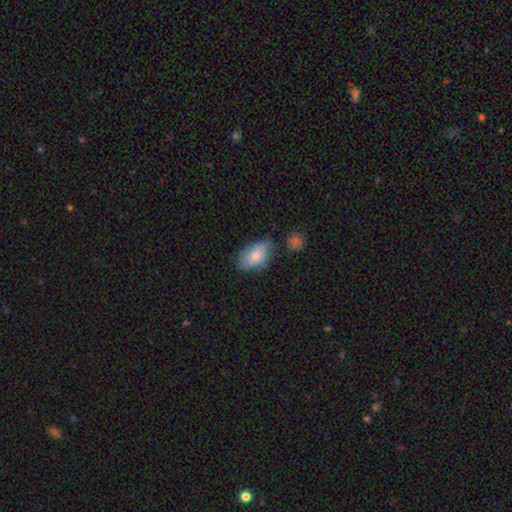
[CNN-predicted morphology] Smooth or featured?
  - smooth: 76% *
  - featured or disk: 17%
  - star or artifact: 7%
How rounded?
  - in between: 91% *
  - round: 7%
  - cigar-shaped: 2%
Merging?
  - none: 61% *
  - minor disturbance: 27%
  - major disturbance: 7%
  - merger: 6%